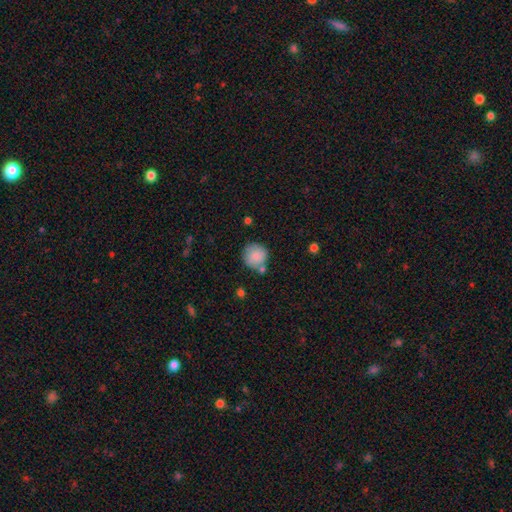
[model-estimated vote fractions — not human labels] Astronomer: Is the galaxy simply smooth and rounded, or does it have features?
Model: smooth — 84%.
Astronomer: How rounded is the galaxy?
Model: round — 92%.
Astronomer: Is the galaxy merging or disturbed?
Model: none — 67%.